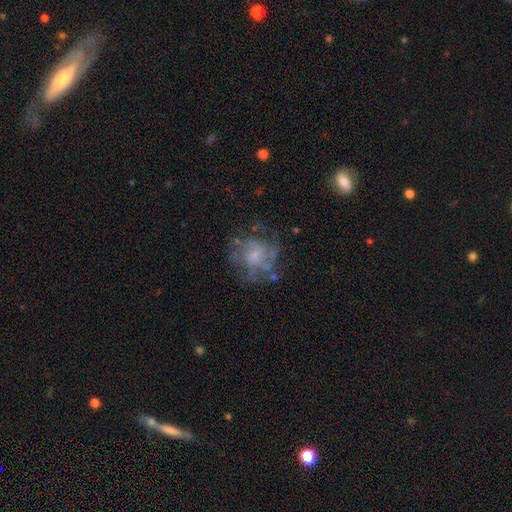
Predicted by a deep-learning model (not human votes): smooth_or_featured: featured or disk (p=0.65) [alt: smooth p=0.25]
disk_edge_on: no (p=0.98) [alt: yes p=0.02]
bar: no (p=0.76) [alt: weak p=0.21]
has_spiral_arms: yes (p=0.63) [alt: no p=0.37]
bulge_size: small (p=0.55) [alt: moderate p=0.27]
merging: none (p=0.54) [alt: major disturbance p=0.23]